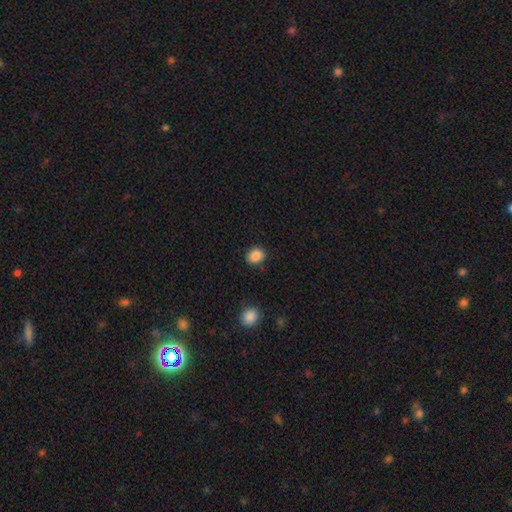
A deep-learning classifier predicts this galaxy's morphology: Q: Smooth or featured?
A: smooth (87%); runner-up: star or artifact (9%)
Q: How rounded?
A: round (61%); runner-up: in between (38%)
Q: Merging?
A: none (86%); runner-up: minor disturbance (10%)